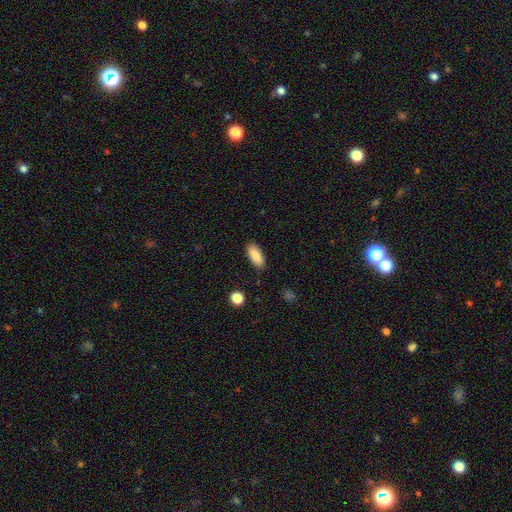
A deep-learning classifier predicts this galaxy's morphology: Q: Smooth or featured?
A: smooth (87%); runner-up: star or artifact (7%)
Q: How rounded?
A: in between (82%); runner-up: cigar-shaped (16%)
Q: Merging?
A: none (86%); runner-up: minor disturbance (10%)